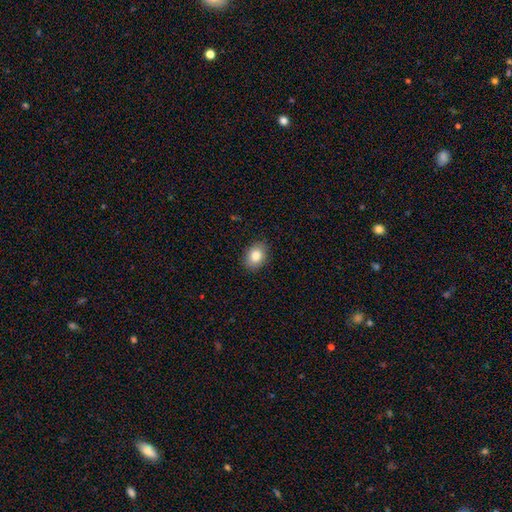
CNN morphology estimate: Smooth or featured?
  - smooth: 83% *
  - featured or disk: 9%
  - star or artifact: 8%
How rounded?
  - in between: 68% *
  - round: 31%
  - cigar-shaped: 1%
Merging?
  - none: 88% *
  - minor disturbance: 9%
  - major disturbance: 2%
  - merger: 1%